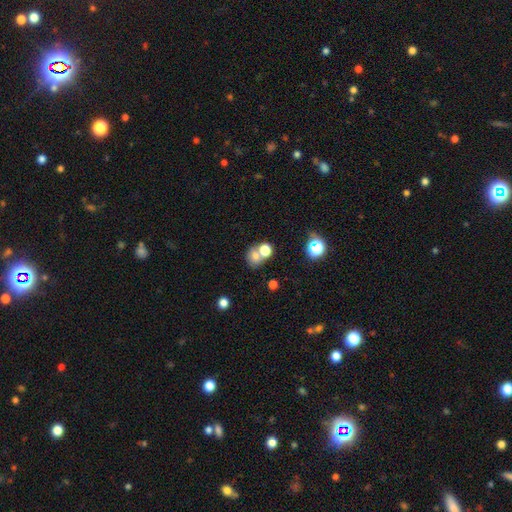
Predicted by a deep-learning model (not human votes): smooth_or_featured: smooth (p=0.70) [alt: star or artifact p=0.15]
how_rounded: round (p=0.65) [alt: in between p=0.34]
merging: merger (p=0.46) [alt: none p=0.40]